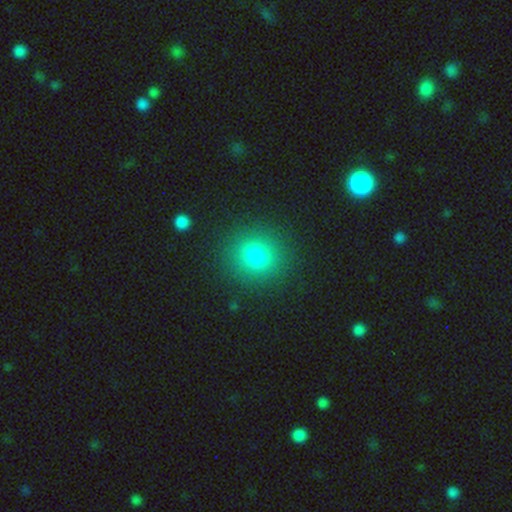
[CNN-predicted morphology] Smooth or featured: smooth — 79% (star or artifact — 15%)
How rounded: round — 85% (in between — 14%)
Merging: none — 89% (minor disturbance — 7%)